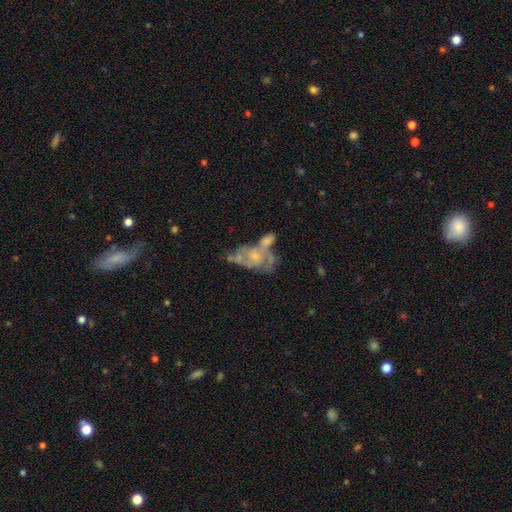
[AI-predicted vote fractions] Smooth or featured: featured or disk — 73% (smooth — 19%)
Edge-on disk: no — 97% (yes — 3%)
Bar: no — 74% (weak — 22%)
Spiral arms: yes — 72% (no — 28%)
Spiral winding: medium — 45% (tight — 33%)
Spiral arm count: 2 — 39% (can't tell — 33%)
Bulge size: small — 61% (moderate — 27%)
Merging: merger — 42% (none — 23%)